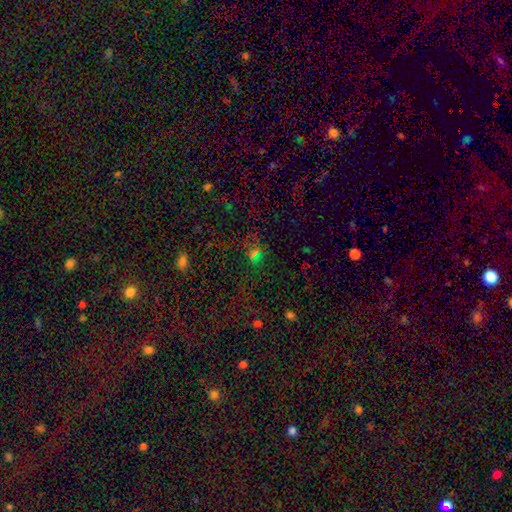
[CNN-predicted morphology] A star or artifact, not a galaxy (50%).